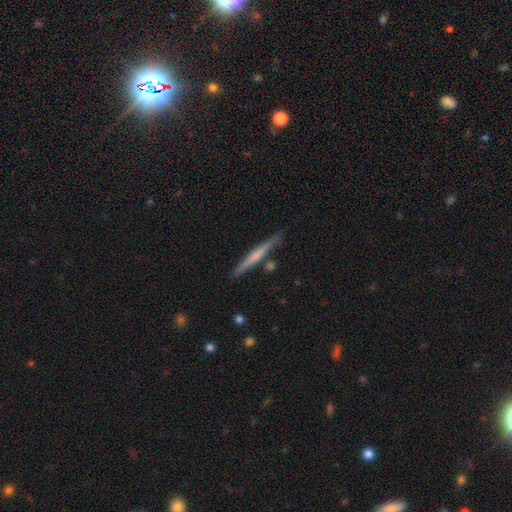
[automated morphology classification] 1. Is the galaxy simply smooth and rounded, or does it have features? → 48% featured or disk, 46% smooth, 5% star or artifact.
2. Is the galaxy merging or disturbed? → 84% none, 10% minor disturbance, 4% merger, 2% major disturbance.